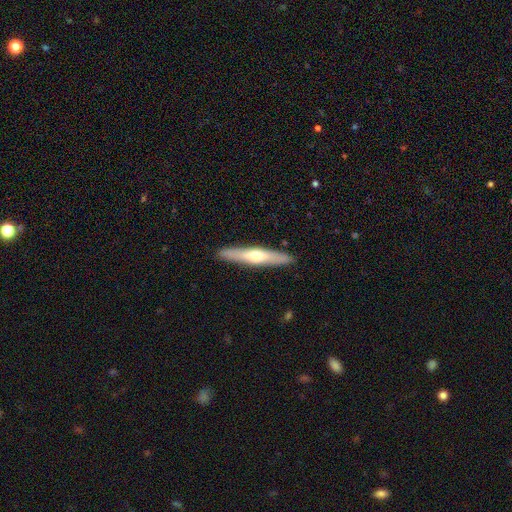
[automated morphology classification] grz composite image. It shows a featured or disk galaxy (49%). Merging: none (90%).